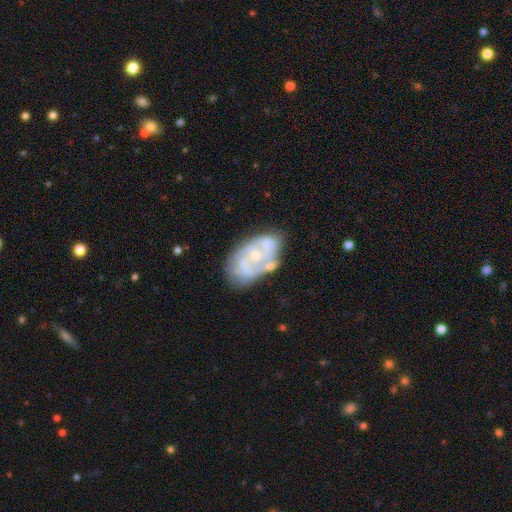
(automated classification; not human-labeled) Morphology: type=featured or disk (74%); edge-on=no (97%); bar=no (76%); spiral arms=yes (63%); bulge=small (62%); merging=none (50%).